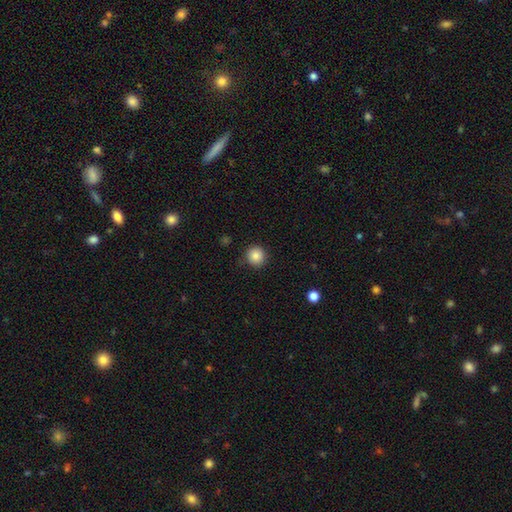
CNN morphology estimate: Overall: smooth (86%). How rounded: round (93%). Merging: none (88%).